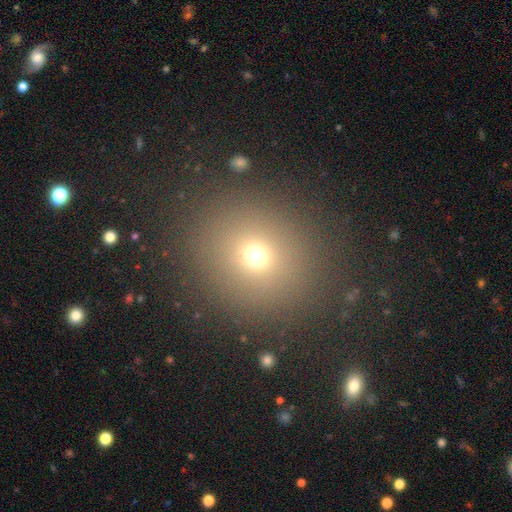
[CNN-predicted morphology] Smooth or featured? Predicted: smooth (p=0.69). How rounded? Predicted: round (p=0.83). Merging? Predicted: none (p=0.86).